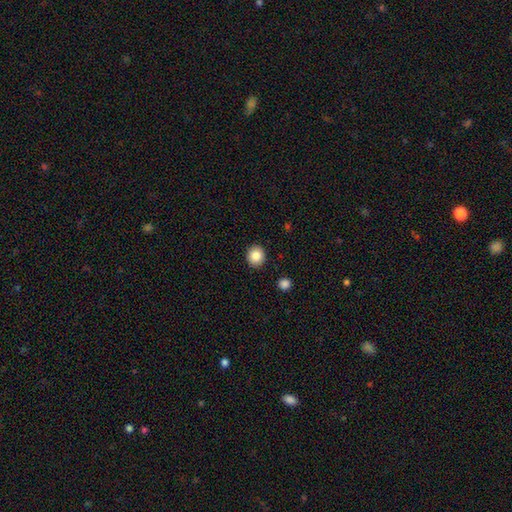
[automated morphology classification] A smooth galaxy with no disk features (85%) that is round (85%). Merging: none (91%).